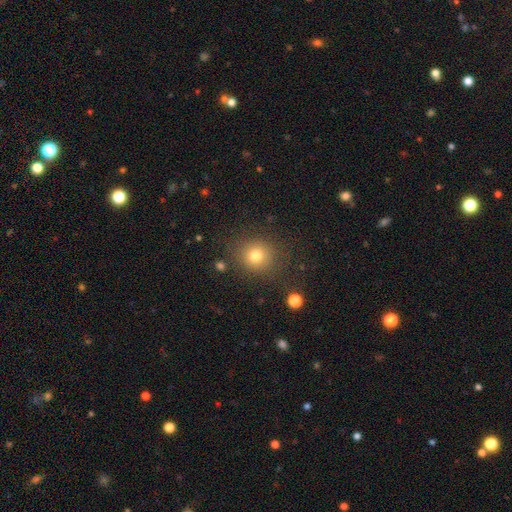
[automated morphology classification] Smooth or featured: smooth — 77% (star or artifact — 15%)
How rounded: round — 87% (in between — 12%)
Merging: none — 84% (minor disturbance — 10%)